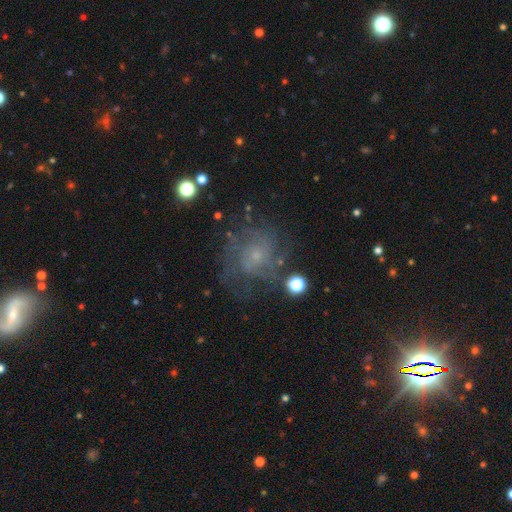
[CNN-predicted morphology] smooth_or_featured: featured or disk (p=0.63) [alt: smooth p=0.21]
disk_edge_on: no (p=0.97) [alt: yes p=0.03]
bar: no (p=0.75) [alt: weak p=0.21]
has_spiral_arms: yes (p=0.81) [alt: no p=0.19]
spiral_winding: tight (p=0.48) [alt: medium p=0.37]
spiral_arm_count: can't tell (p=0.51) [alt: 2 p=0.15]
bulge_size: small (p=0.74) [alt: moderate p=0.14]
merging: none (p=0.65) [alt: minor disturbance p=0.17]